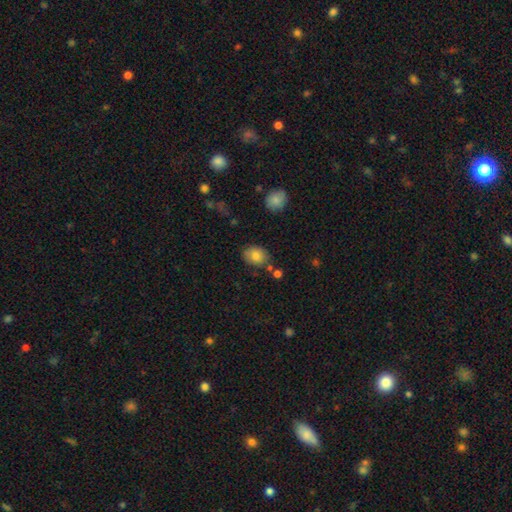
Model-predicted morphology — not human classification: Smooth or featured: smooth — 81% (featured or disk — 10%)
How rounded: in between — 62% (round — 37%)
Merging: none — 75% (minor disturbance — 16%)